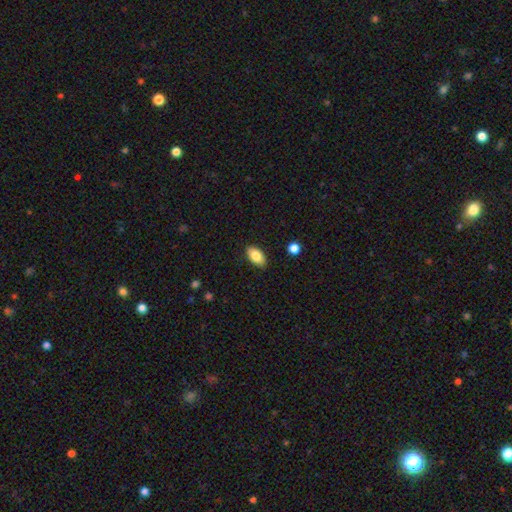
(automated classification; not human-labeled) Smooth or featured?
  - smooth: 83% *
  - featured or disk: 10%
  - star or artifact: 7%
How rounded?
  - in between: 92% *
  - round: 4%
  - cigar-shaped: 4%
Merging?
  - none: 88% *
  - minor disturbance: 9%
  - major disturbance: 2%
  - merger: 1%